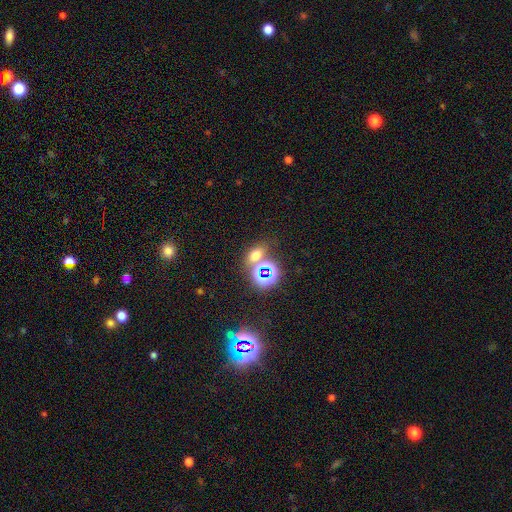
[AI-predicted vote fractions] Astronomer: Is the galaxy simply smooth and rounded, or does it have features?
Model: smooth — 56% (runner-up: star or artifact, 33%).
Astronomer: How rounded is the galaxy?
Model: in between — 63%.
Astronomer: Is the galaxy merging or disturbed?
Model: none — 64%.